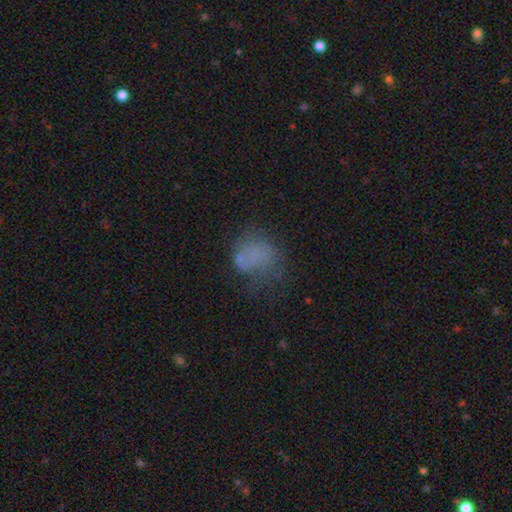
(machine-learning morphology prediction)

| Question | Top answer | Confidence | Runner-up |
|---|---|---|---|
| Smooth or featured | smooth | 54% | featured or disk (29%) |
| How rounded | round | 54% | in between (45%) |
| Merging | none | 39% | major disturbance (31%) |